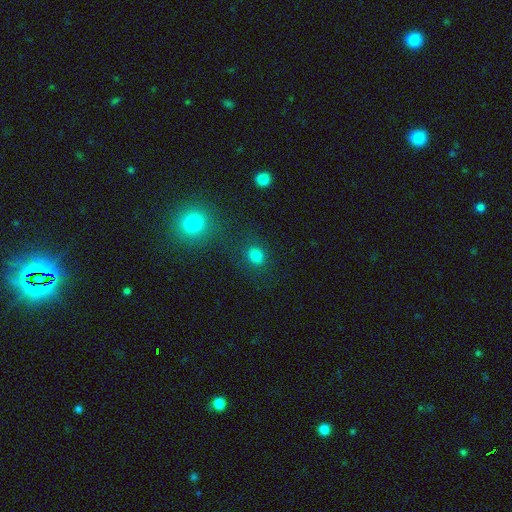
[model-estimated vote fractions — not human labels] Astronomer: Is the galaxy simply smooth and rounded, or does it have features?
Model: smooth — 80%.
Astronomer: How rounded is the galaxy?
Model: round — 78%.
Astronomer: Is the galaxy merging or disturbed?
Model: none — 80%.